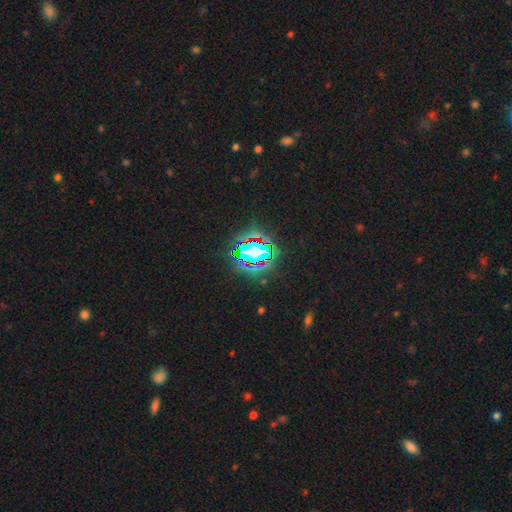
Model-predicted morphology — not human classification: A star or artifact, not a galaxy (67%).

Vote fractions:
- Smooth or featured? star or artifact: 67% / smooth: 20% / featured or disk: 13%